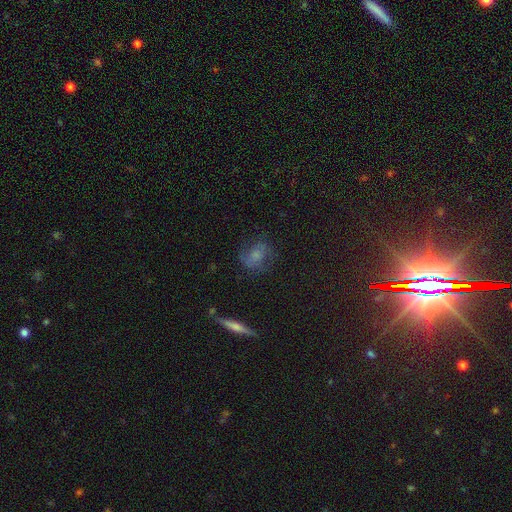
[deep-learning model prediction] Overall: smooth (43%; featured or disk 42%). Merging: none (62%; minor disturbance 22%).